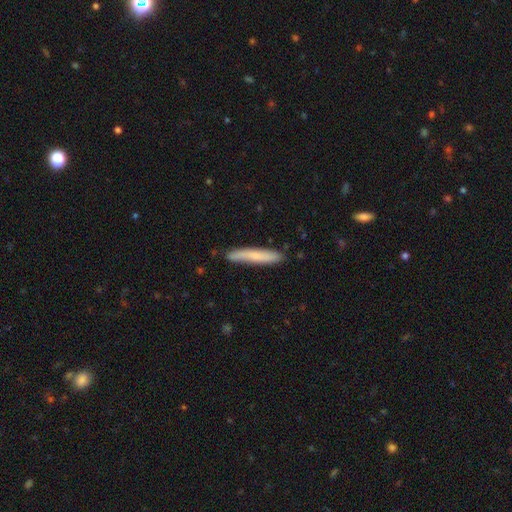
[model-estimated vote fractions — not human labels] Smooth or featured?
  - smooth: 70% *
  - featured or disk: 24%
  - star or artifact: 6%
How rounded?
  - cigar-shaped: 94% *
  - in between: 4%
  - round: 1%
Merging?
  - none: 85% *
  - minor disturbance: 12%
  - major disturbance: 2%
  - merger: 2%